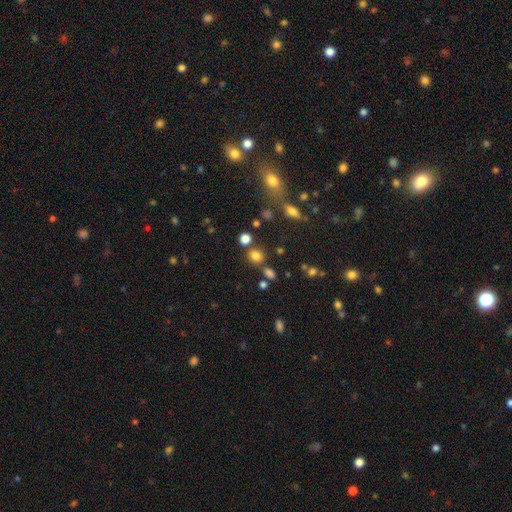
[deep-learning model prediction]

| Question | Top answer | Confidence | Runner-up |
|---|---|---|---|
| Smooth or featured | smooth | 78% | star or artifact (16%) |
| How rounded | round | 84% | in between (15%) |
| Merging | none | 76% | merger (11%) |